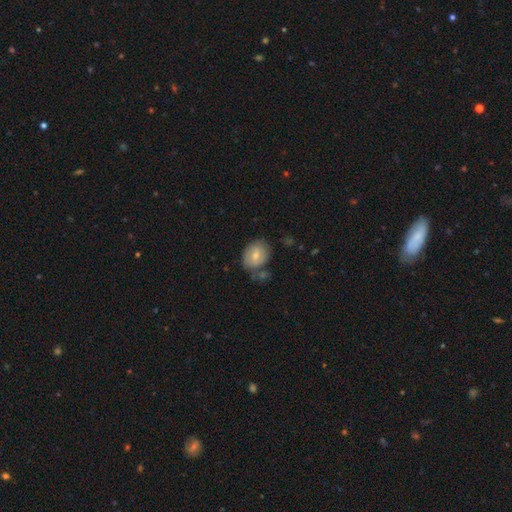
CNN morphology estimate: A smooth galaxy with no disk features (69%) that is round (50%).

Vote fractions:
- Smooth or featured? smooth: 69% / featured or disk: 23% / star or artifact: 7%
- How rounded? round: 50% / in between: 49% / cigar-shaped: 1%
- Merging? none: 61% / minor disturbance: 21% / merger: 12% / major disturbance: 6%